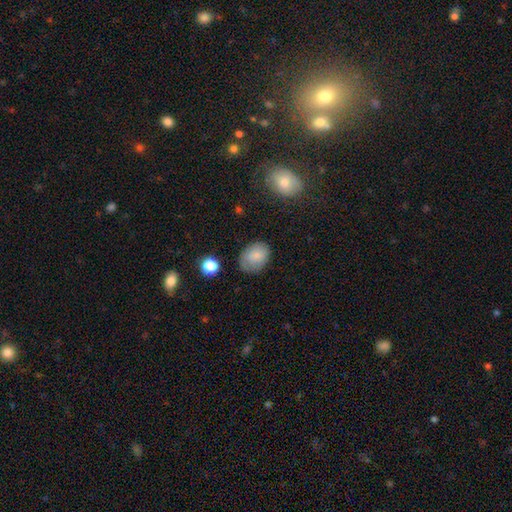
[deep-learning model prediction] smooth_or_featured: smooth (p=0.80) [alt: featured or disk p=0.11]
how_rounded: in between (p=0.67) [alt: round p=0.32]
merging: none (p=0.69) [alt: minor disturbance p=0.23]